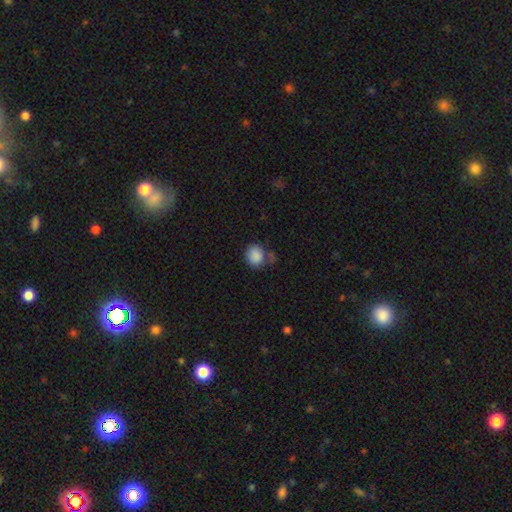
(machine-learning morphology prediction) A smooth galaxy with no disk features (87%) that is round (65%). Merging: none (55%).